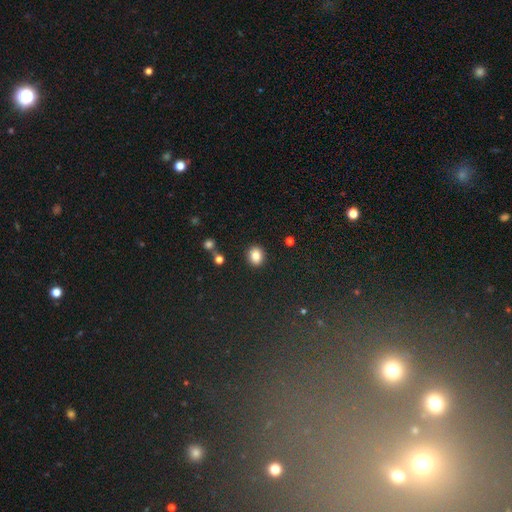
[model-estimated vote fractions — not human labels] This appears to be a smooth galaxy with no disk features (84%) that is round (59%). Merging: none (88%).